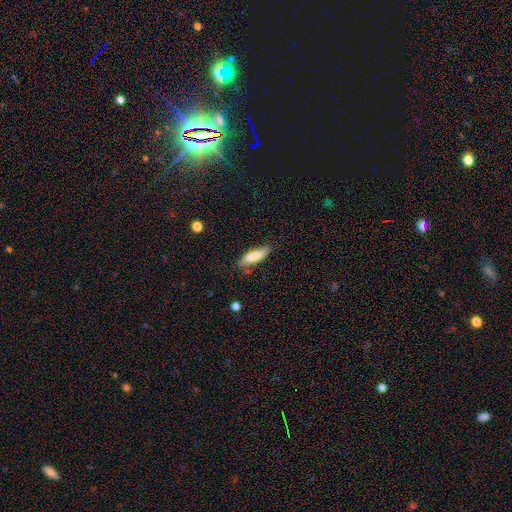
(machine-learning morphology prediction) Smooth or featured? Predicted: smooth (p=0.81). How rounded? Predicted: cigar-shaped (p=0.57). Merging? Predicted: none (p=0.66).